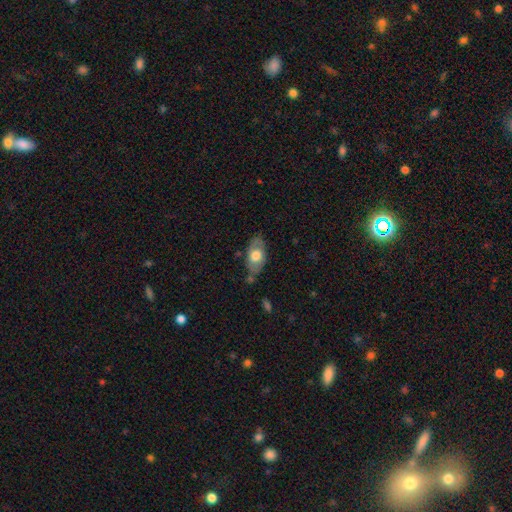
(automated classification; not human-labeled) Smooth or featured?
  - smooth: 59% *
  - featured or disk: 35%
  - star or artifact: 6%
How rounded?
  - in between: 90% *
  - round: 6%
  - cigar-shaped: 4%
Merging?
  - none: 65% *
  - minor disturbance: 23%
  - merger: 7%
  - major disturbance: 6%